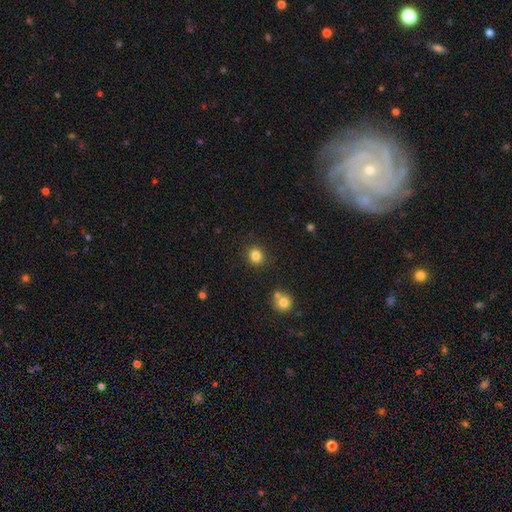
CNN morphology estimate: Q: Smooth or featured?
A: smooth (83%); runner-up: star or artifact (12%)
Q: How rounded?
A: round (83%); runner-up: in between (16%)
Q: Merging?
A: none (88%); runner-up: minor disturbance (7%)